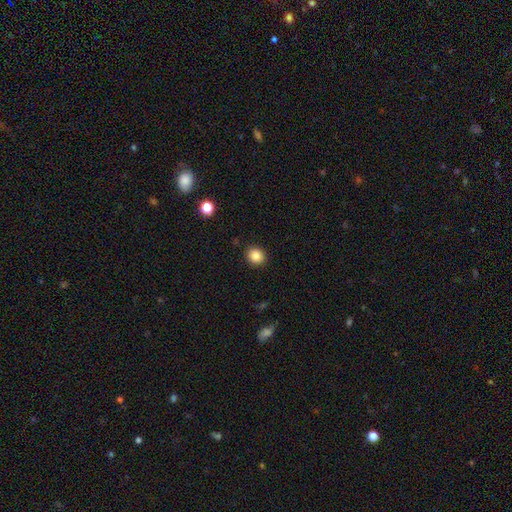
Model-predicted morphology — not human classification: Smooth or featured?
  - smooth: 84% *
  - star or artifact: 10%
  - featured or disk: 6%
How rounded?
  - round: 80% *
  - in between: 19%
  - cigar-shaped: 1%
Merging?
  - none: 90% *
  - minor disturbance: 6%
  - major disturbance: 2%
  - merger: 1%